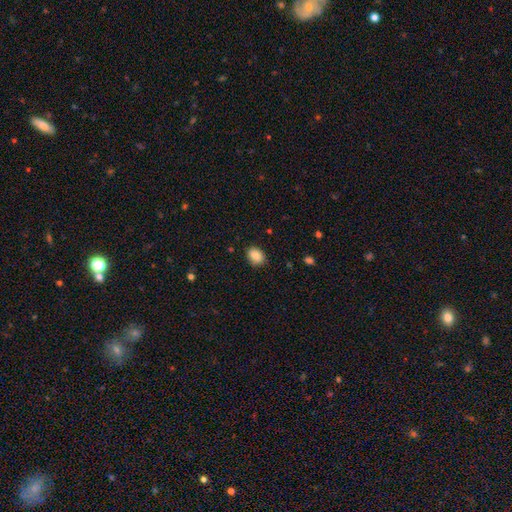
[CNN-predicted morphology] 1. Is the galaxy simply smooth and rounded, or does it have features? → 88% smooth, 8% star or artifact, 4% featured or disk.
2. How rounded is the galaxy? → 63% in between, 36% round, 1% cigar-shaped.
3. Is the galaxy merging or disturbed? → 85% none, 12% minor disturbance, 3% major disturbance, 1% merger.